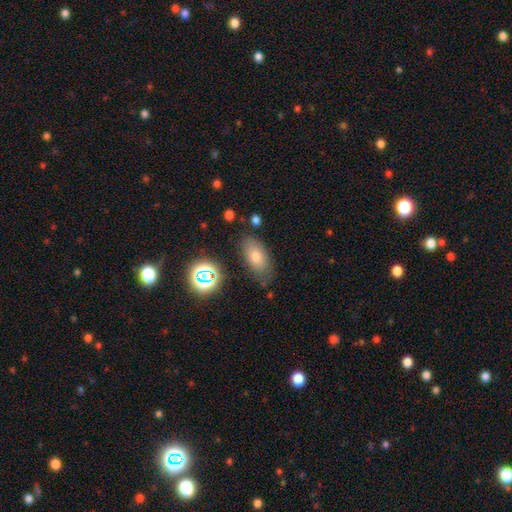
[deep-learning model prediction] smooth_or_featured: smooth (p=0.67) [alt: featured or disk p=0.16]
how_rounded: in between (p=0.87) [alt: round p=0.08]
merging: none (p=0.77) [alt: minor disturbance p=0.16]